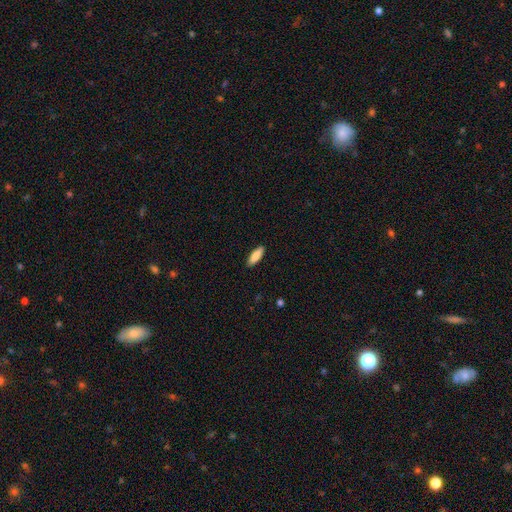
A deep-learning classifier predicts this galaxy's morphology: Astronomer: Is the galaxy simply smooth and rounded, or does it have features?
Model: smooth — 86%.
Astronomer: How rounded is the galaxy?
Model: in between — 53% (runner-up: cigar-shaped, 45%).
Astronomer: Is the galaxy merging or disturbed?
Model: none — 90%.